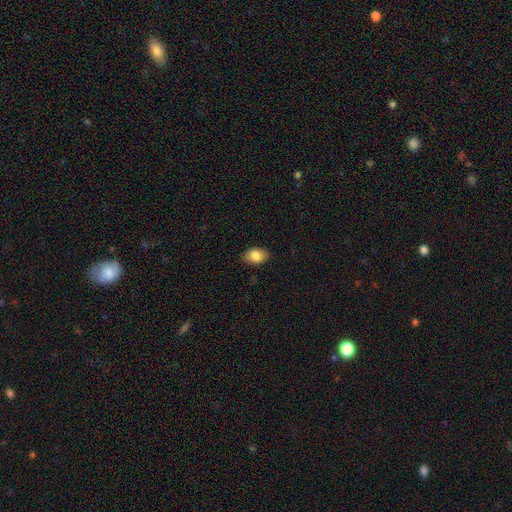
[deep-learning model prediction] smooth 86%, star or artifact 8%, featured or disk 7%. Down the decision tree: how rounded — in between (84%); merging — none (87%).